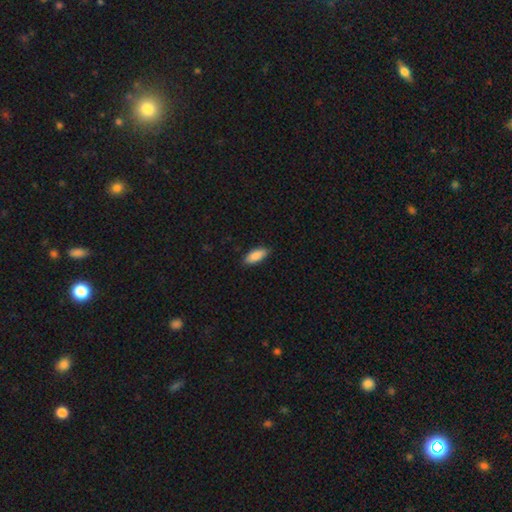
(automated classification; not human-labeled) smooth_or_featured: smooth (p=0.89) [alt: star or artifact p=0.06]
how_rounded: in between (p=0.81) [alt: cigar-shaped p=0.17]
merging: none (p=0.86) [alt: minor disturbance p=0.11]